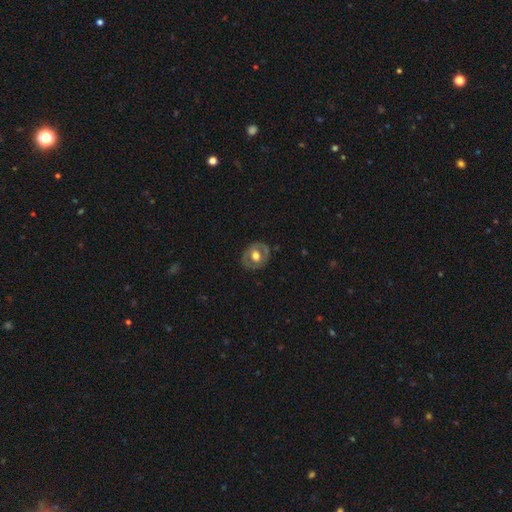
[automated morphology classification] smooth-or-featured: featured or disk: 54% | smooth: 40% | star or artifact: 6%
  disk-edge-on: no: 94% | yes: 6%
    bar: no: 73% | weak: 20% | strong: 7%
    has-spiral-arms: no: 80% | yes: 20%
    bulge-size: moderate: 55% | large: 38% | small: 4% | dominant: 2% | none: 1%
  merging: none: 79% | minor disturbance: 15% | major disturbance: 5% | merger: 1%